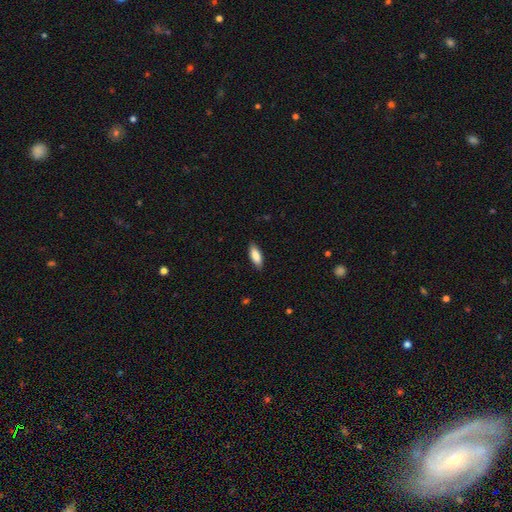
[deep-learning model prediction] smooth-or-featured: smooth: 86% | featured or disk: 9% | star or artifact: 6%
  how-rounded: in between: 70% | cigar-shaped: 28% | round: 2%
  merging: none: 86% | minor disturbance: 11% | major disturbance: 2% | merger: 1%